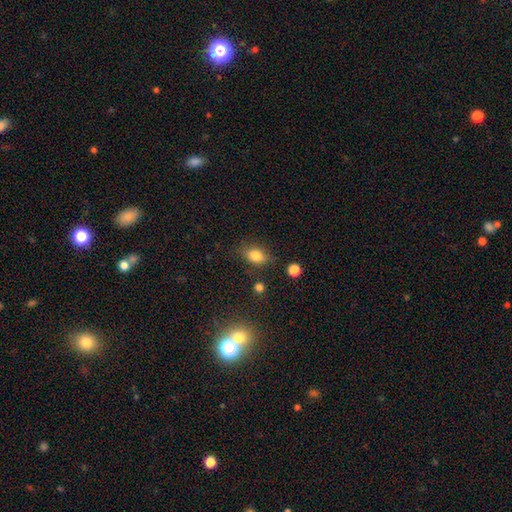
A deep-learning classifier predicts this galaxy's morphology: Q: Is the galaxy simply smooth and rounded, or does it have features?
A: smooth — 80%.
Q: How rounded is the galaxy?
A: in between — 74%.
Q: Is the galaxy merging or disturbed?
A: none — 75%.